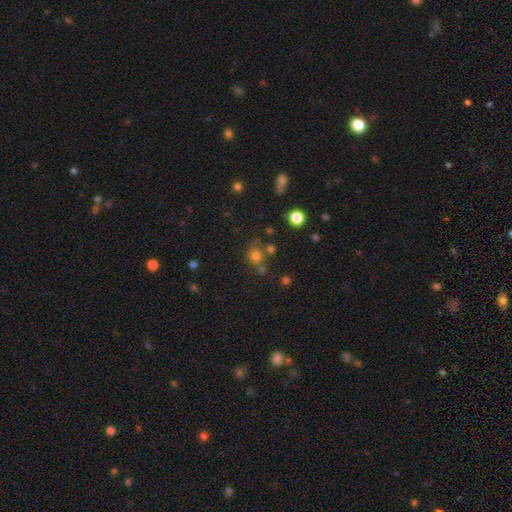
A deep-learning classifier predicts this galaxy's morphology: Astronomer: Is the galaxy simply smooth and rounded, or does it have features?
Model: smooth — 72%.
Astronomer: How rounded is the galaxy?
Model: round — 86%.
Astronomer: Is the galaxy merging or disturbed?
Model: none — 66%.